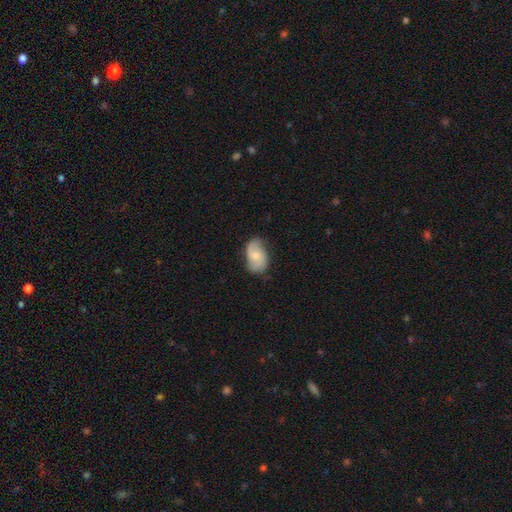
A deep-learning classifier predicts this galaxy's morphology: Smooth or featured?
  - smooth: 50% *
  - featured or disk: 43%
  - star or artifact: 7%
How rounded?
  - in between: 88% *
  - round: 10%
  - cigar-shaped: 1%
Merging?
  - none: 67% *
  - minor disturbance: 26%
  - major disturbance: 6%
  - merger: 1%